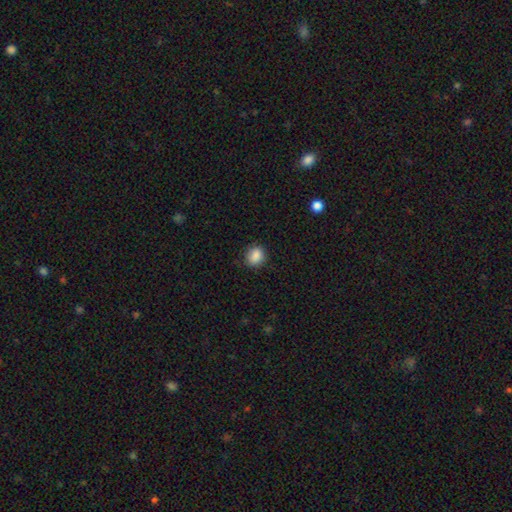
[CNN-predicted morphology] Smooth or featured?
  - smooth: 87% *
  - star or artifact: 9%
  - featured or disk: 4%
How rounded?
  - round: 70% *
  - in between: 29%
  - cigar-shaped: 1%
Merging?
  - none: 84% *
  - minor disturbance: 12%
  - major disturbance: 3%
  - merger: 1%